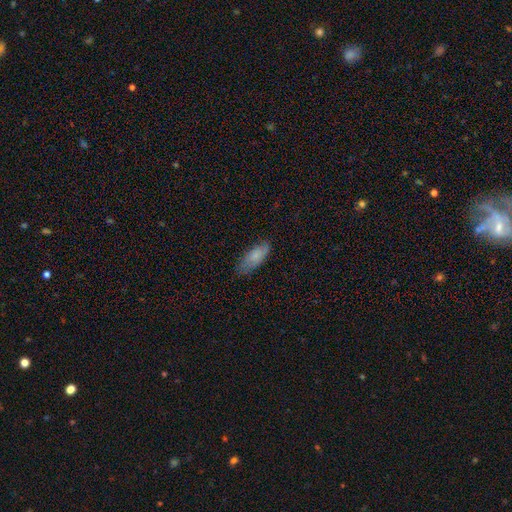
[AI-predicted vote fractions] Smooth or featured? smooth (75%)
How rounded? in between (78%)
Merging? none (68%)